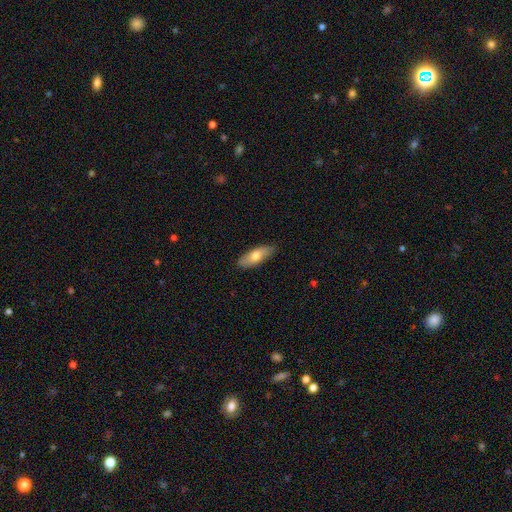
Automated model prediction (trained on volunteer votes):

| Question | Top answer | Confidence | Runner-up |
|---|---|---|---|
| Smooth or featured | smooth | 70% | featured or disk (24%) |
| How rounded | in between | 71% | cigar-shaped (26%) |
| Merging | none | 87% | minor disturbance (11%) |